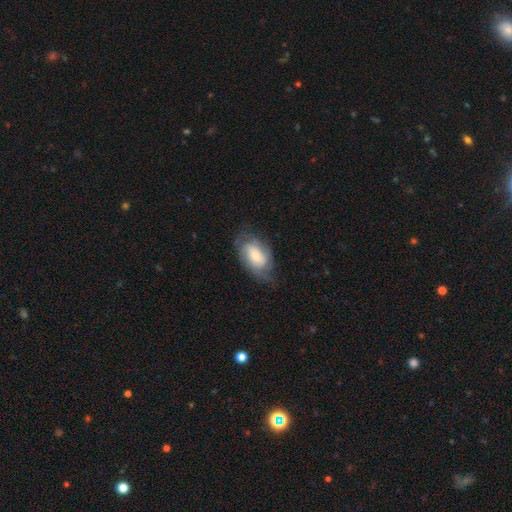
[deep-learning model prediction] featured or disk 59%, smooth 35%, star or artifact 7%. Down the decision tree: edge-on disk — no (94%); bar — no (64%); spiral arms — yes (84%); bulge size — moderate (49%); merging — none (65%).